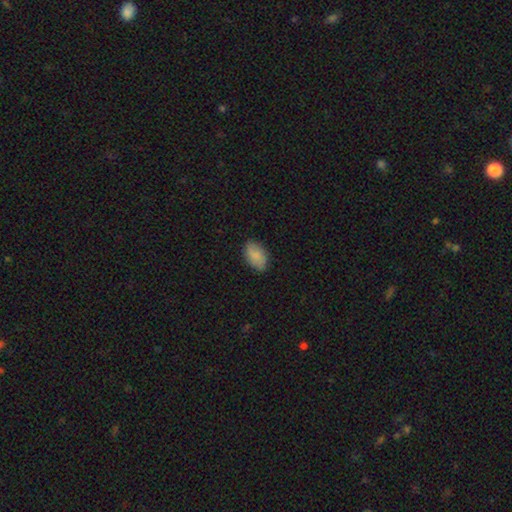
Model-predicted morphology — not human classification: type=smooth (85%); roundness=in between (92%); merging=none (81%).